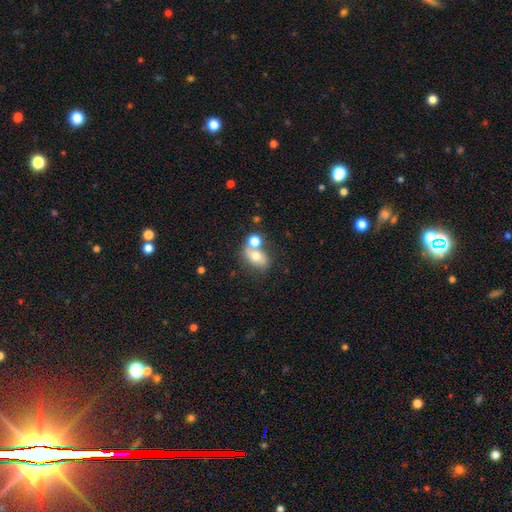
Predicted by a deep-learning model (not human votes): Q: Smooth or featured?
A: smooth (60%); runner-up: featured or disk (29%)
Q: How rounded?
A: in between (64%); runner-up: round (34%)
Q: Merging?
A: merger (42%); runner-up: none (39%)